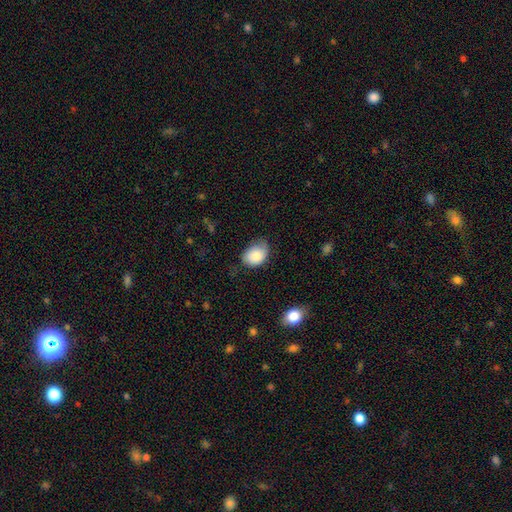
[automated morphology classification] A smooth galaxy with no disk features (83%) that is in between round and cigar-shaped (70%). Merging: none (55%).